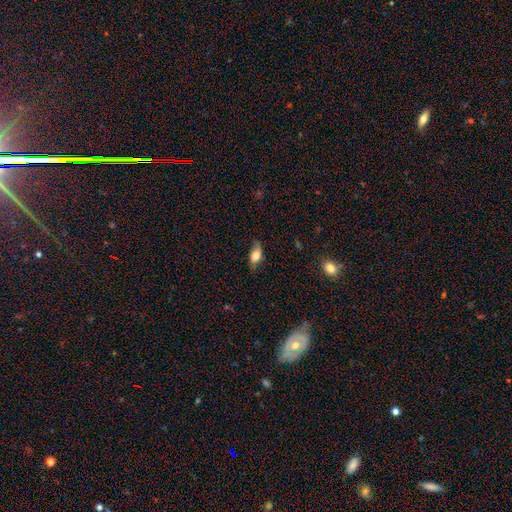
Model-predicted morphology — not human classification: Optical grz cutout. It shows a smooth galaxy with no disk features (71%) that is in between round and cigar-shaped (83%). Merging: none (62%).